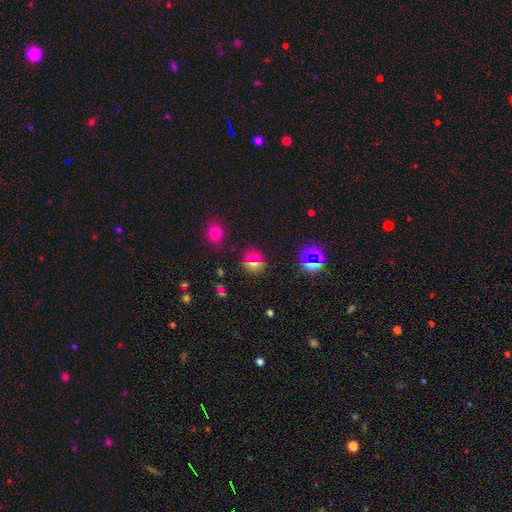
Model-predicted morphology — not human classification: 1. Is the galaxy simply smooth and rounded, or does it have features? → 49% smooth, 39% star or artifact, 12% featured or disk.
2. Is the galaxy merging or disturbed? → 72% none, 14% merger, 10% minor disturbance, 4% major disturbance.